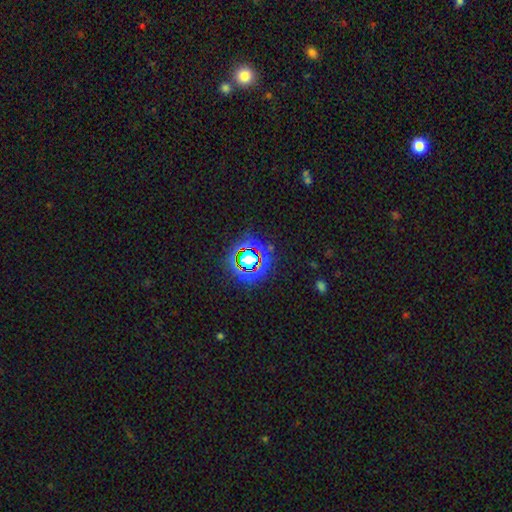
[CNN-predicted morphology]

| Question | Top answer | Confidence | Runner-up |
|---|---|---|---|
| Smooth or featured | star or artifact | 76% | smooth (15%) |